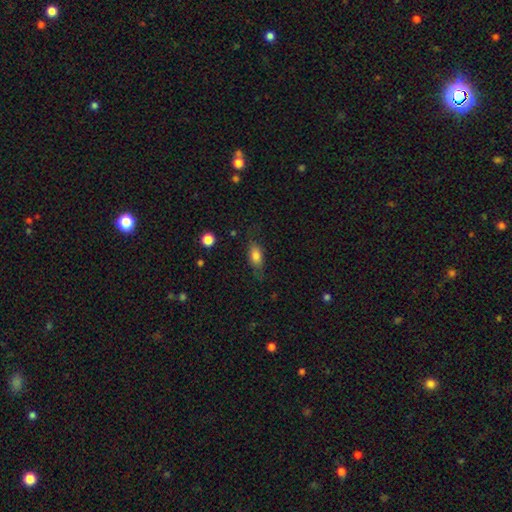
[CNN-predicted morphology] smooth 78%, featured or disk 14%, star or artifact 8%. Down the decision tree: how rounded — in between (81%); merging — none (70%).